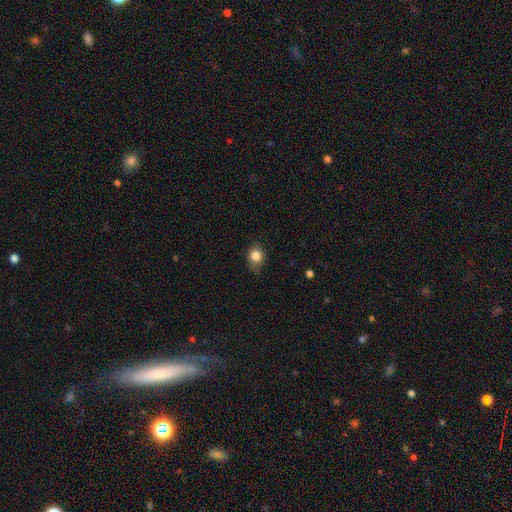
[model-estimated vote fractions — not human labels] Smooth or featured? smooth (82%)
How rounded? round (55%)
Merging? none (73%)